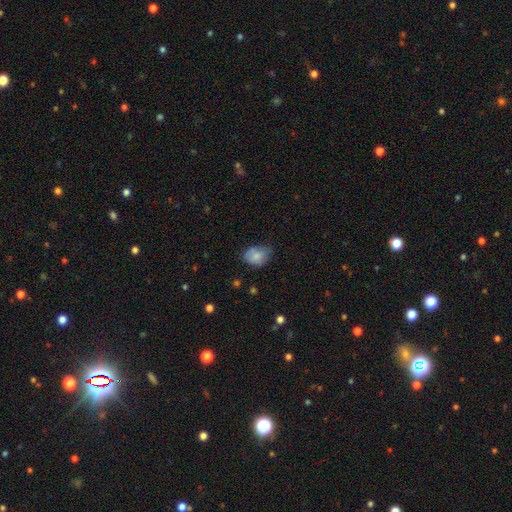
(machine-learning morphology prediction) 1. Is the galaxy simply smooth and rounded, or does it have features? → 80% smooth, 12% featured or disk, 8% star or artifact.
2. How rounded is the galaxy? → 69% in between, 30% round, 1% cigar-shaped.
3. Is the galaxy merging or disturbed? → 55% none, 35% minor disturbance, 8% major disturbance, 2% merger.